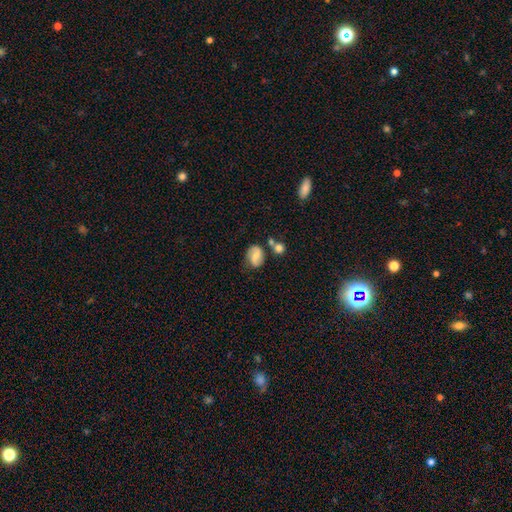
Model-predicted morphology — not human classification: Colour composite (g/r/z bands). It shows a featured or disk galaxy (53%) with a weak bar (46%), spiral arms (88%) and a small central bulge (43%). Merging: none (61%).